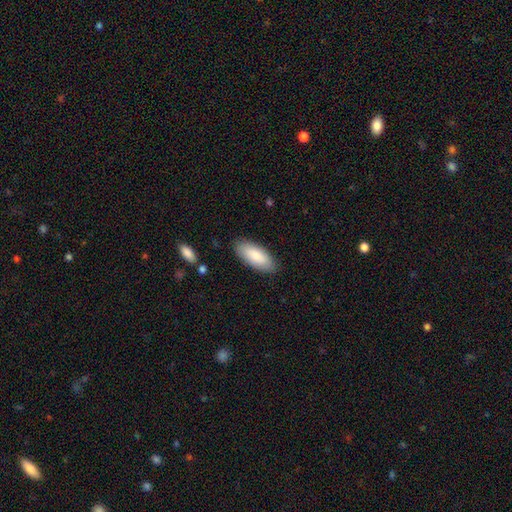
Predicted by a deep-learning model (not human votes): This is clearly a smooth galaxy (86%). How rounded: clearly in between (84%). Merging: clearly none (86%).